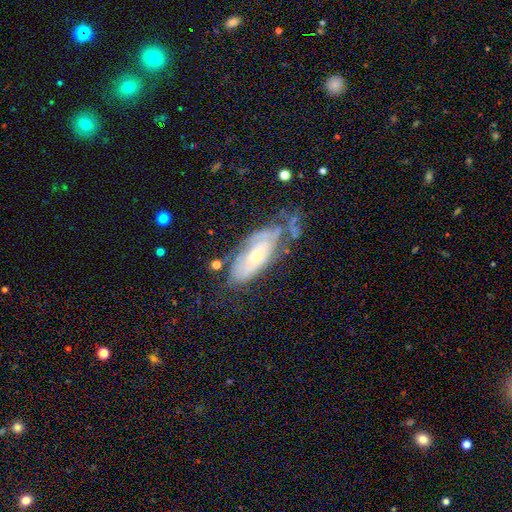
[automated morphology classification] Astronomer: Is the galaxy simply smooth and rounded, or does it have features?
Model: featured or disk — 71%.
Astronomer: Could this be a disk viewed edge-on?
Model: no — 87%.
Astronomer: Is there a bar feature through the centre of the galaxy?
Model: no — 67%.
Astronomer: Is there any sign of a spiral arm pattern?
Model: yes — 74%.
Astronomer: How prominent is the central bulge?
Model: moderate — 53% (runner-up: small, 41%).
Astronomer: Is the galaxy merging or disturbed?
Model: none — 44% (runner-up: minor disturbance, 28%).